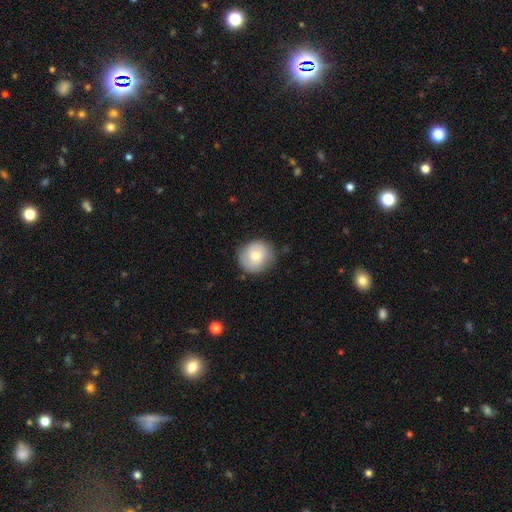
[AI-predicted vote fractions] The model was most divided on "smooth or featured": smooth: 67%, featured or disk: 26%, star or artifact: 7%. More confident: how rounded — round (87%); merging — none (79%).